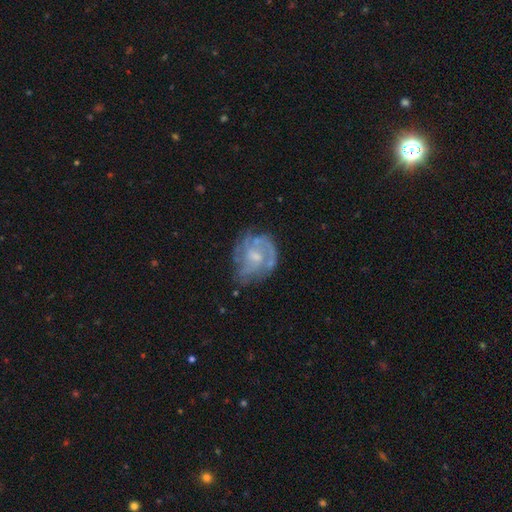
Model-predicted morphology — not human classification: Smooth or featured?
  - featured or disk: 79% *
  - smooth: 14%
  - star or artifact: 7%
Edge-on disk?
  - no: 98% *
  - yes: 2%
Bar?
  - no: 58% *
  - weak: 36%
  - strong: 6%
Spiral arms?
  - yes: 84% *
  - no: 16%
Spiral winding?
  - tight: 45% *
  - medium: 41%
  - loose: 14%
Spiral arm count?
  - can't tell: 35% *
  - 2: 24%
  - 3: 23%
  - 4: 7%
  - 1: 6%
  - more than 4: 4%
Bulge size?
  - small: 49% *
  - moderate: 36%
  - none: 11%
  - large: 2%
  - dominant: 1%
Merging?
  - none: 60% *
  - minor disturbance: 23%
  - major disturbance: 15%
  - merger: 3%